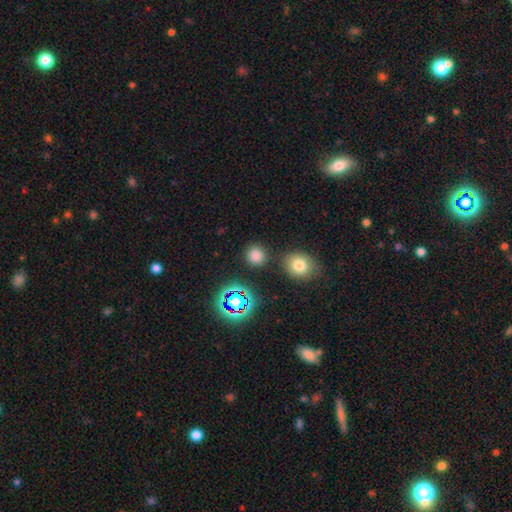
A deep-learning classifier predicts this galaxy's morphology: smooth_or_featured: smooth (p=0.76) [alt: star or artifact p=0.19]
how_rounded: round (p=0.89) [alt: in between p=0.10]
merging: none (p=0.85) [alt: minor disturbance p=0.07]